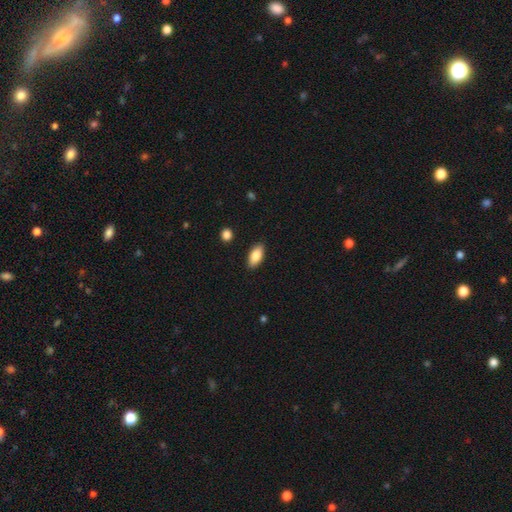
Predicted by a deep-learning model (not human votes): This is clearly a smooth galaxy (84%). How rounded: clearly in between (89%). Merging: clearly none (88%).